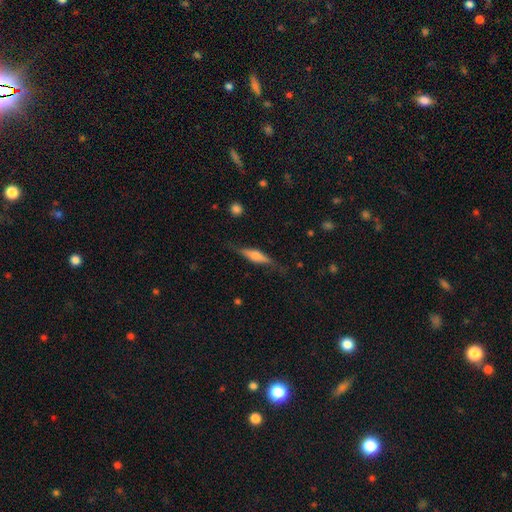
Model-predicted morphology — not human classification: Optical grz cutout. It shows a featured or disk galaxy (51%) viewed edge-on (93%). Merging: none (76%).